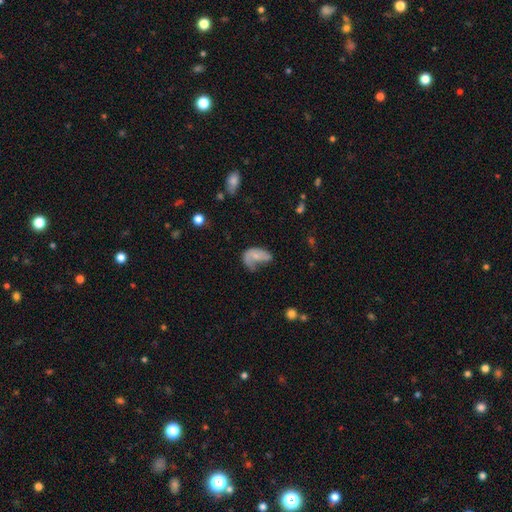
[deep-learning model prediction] This appears to be a featured or disk galaxy (46%). Merging: major disturbance (49%).